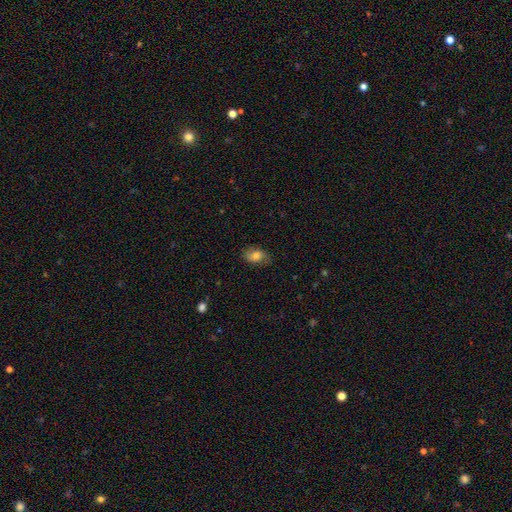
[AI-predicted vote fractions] Q: Smooth or featured?
A: smooth (73%); runner-up: featured or disk (19%)
Q: How rounded?
A: in between (84%); runner-up: round (14%)
Q: Merging?
A: none (75%); runner-up: minor disturbance (19%)